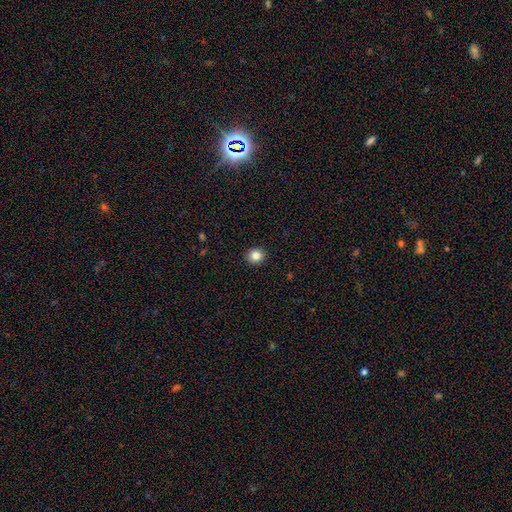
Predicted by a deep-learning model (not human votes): smooth_or_featured: smooth (p=0.84) [alt: star or artifact p=0.11]
how_rounded: round (p=0.85) [alt: in between p=0.14]
merging: none (p=0.92) [alt: minor disturbance p=0.05]